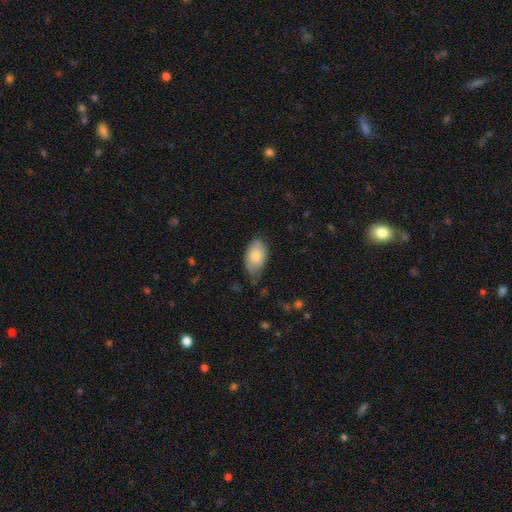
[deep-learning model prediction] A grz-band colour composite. It shows a smooth galaxy with no disk features (77%) that is in between round and cigar-shaped (93%). Merging: none (60%).